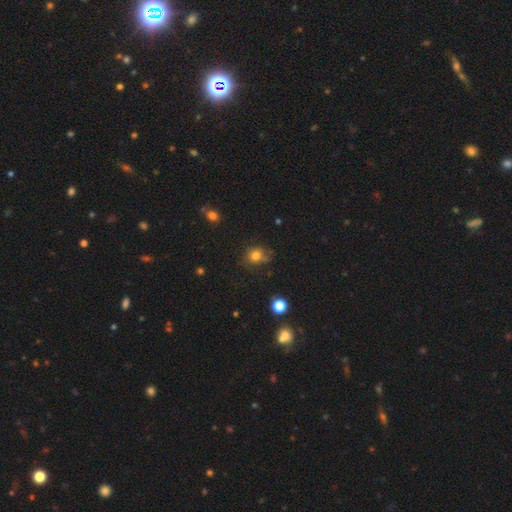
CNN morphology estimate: The model was most divided on "merging": none: 64%, minor disturbance: 24%, major disturbance: 9%, merger: 3%. More confident: smooth or featured — smooth (75%); how rounded — round (73%).